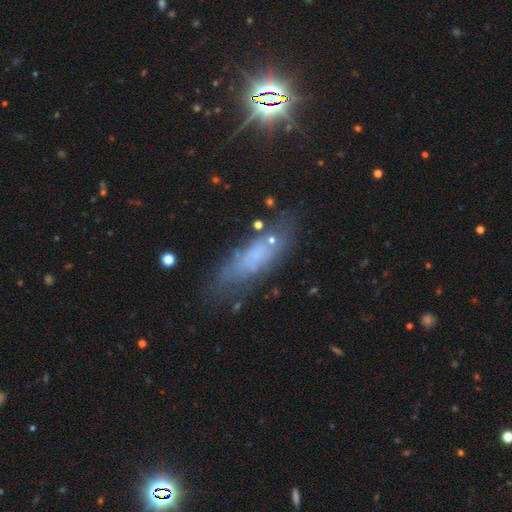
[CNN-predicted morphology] Q: Smooth or featured?
A: smooth (50%); runner-up: featured or disk (32%)
Q: How rounded?
A: in between (49%); runner-up: cigar-shaped (47%)
Q: Merging?
A: none (60%); runner-up: minor disturbance (23%)